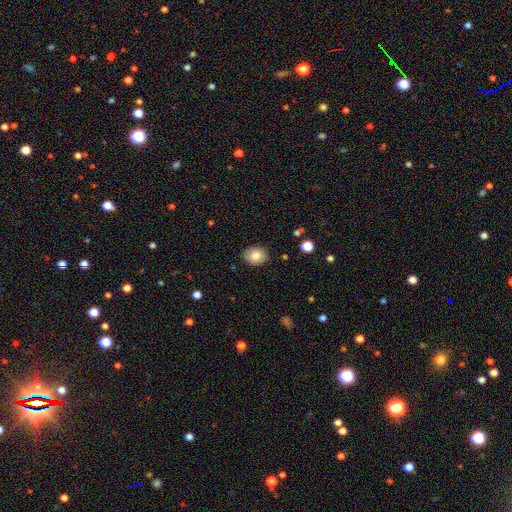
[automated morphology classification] smooth_or_featured: smooth (p=0.83) [alt: featured or disk p=0.09]
how_rounded: in between (p=0.56) [alt: round p=0.43]
merging: none (p=0.87) [alt: minor disturbance p=0.10]